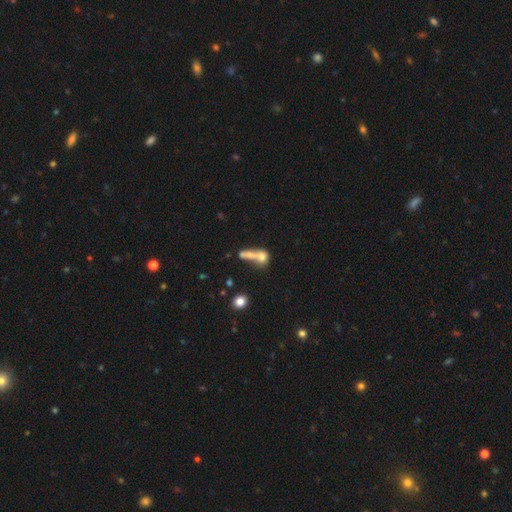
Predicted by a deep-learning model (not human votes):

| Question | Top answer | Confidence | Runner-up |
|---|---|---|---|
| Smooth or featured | smooth | 56% | featured or disk (29%) |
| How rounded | in between | 44% | cigar-shaped (29%) |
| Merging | merger | 55% | none (22%) |